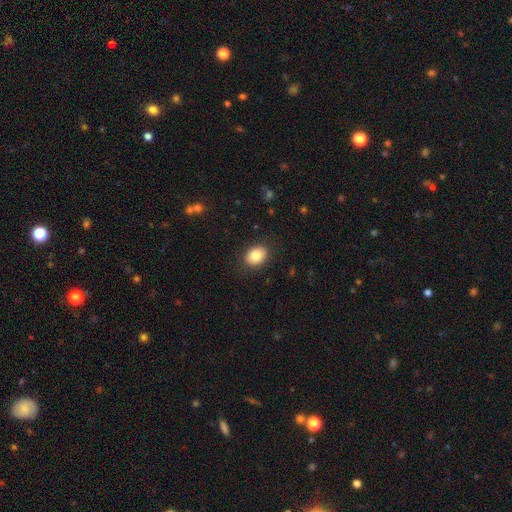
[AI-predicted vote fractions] Morphology: type=smooth (84%); roundness=in between (61%); merging=none (88%).